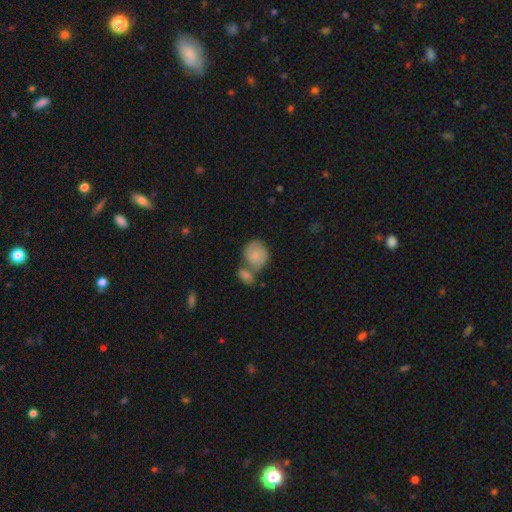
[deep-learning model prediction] Q: Smooth or featured?
A: smooth (61%); runner-up: featured or disk (32%)
Q: How rounded?
A: round (65%); runner-up: in between (33%)
Q: Merging?
A: merger (46%); runner-up: none (35%)